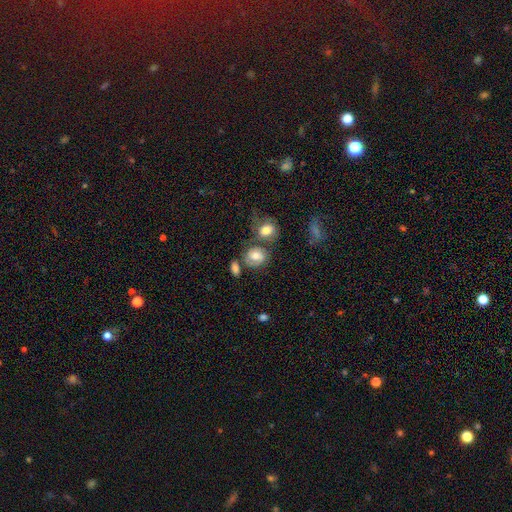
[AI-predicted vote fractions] Smooth or featured?
  - smooth: 62% *
  - featured or disk: 29%
  - star or artifact: 9%
How rounded?
  - round: 59% *
  - in between: 39%
  - cigar-shaped: 1%
Merging?
  - none: 52% *
  - merger: 22%
  - minor disturbance: 17%
  - major disturbance: 9%